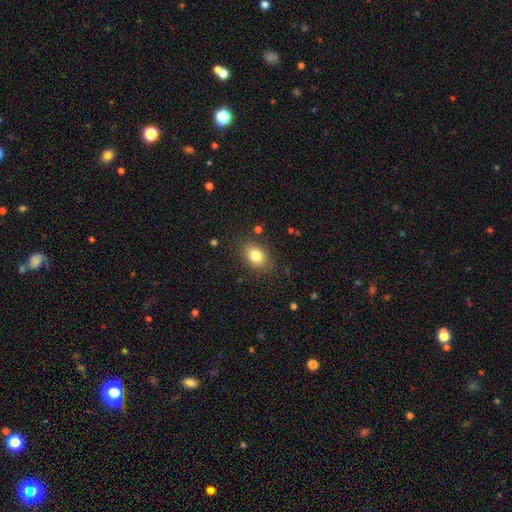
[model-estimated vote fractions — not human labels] The model was most divided on "how rounded": in between: 73%, round: 26%, cigar-shaped: 1%. More confident: merging — none (83%); smooth or featured — smooth (82%).